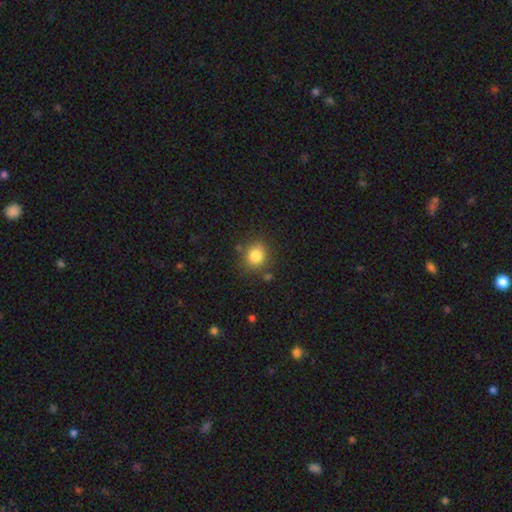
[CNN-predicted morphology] Smooth or featured? smooth (82%)
How rounded? round (78%)
Merging? none (80%)